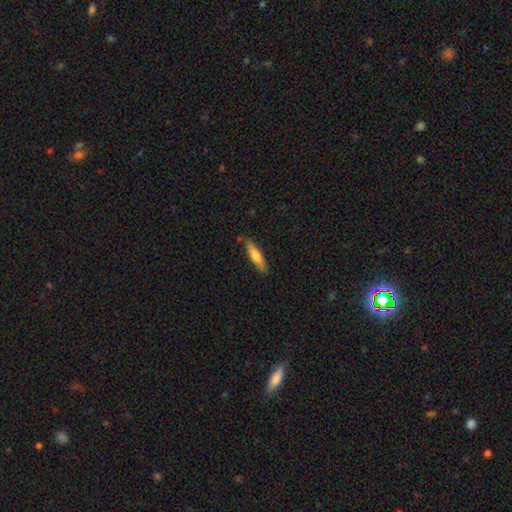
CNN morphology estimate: Smooth or featured? smooth (70%)
How rounded? cigar-shaped (77%)
Merging? none (84%)